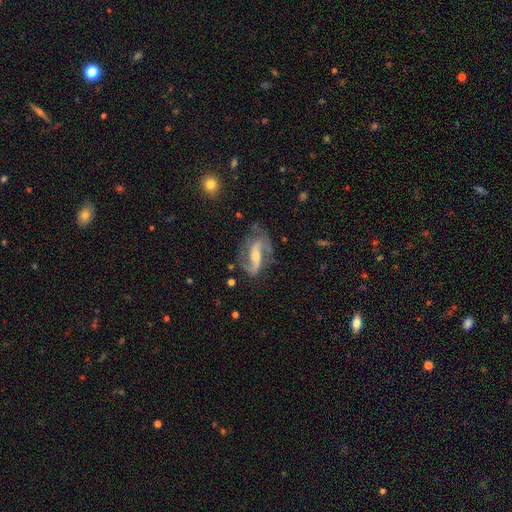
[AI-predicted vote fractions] Morphology: type=featured or disk (87%); edge-on=no (95%); bar=strong (43%); spiral arms=yes (95%); winding=medium (44%); arm count=2 (88%); bulge=moderate (48%); merging=none (69%).